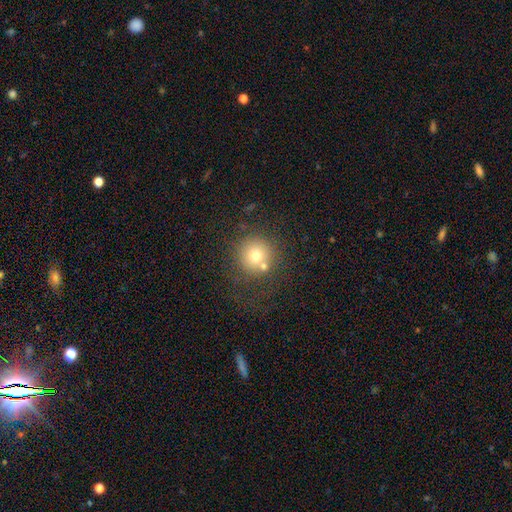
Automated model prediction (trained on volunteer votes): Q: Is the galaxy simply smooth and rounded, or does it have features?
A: smooth — 71%.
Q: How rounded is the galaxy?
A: round — 93%.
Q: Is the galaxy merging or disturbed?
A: none — 64%.